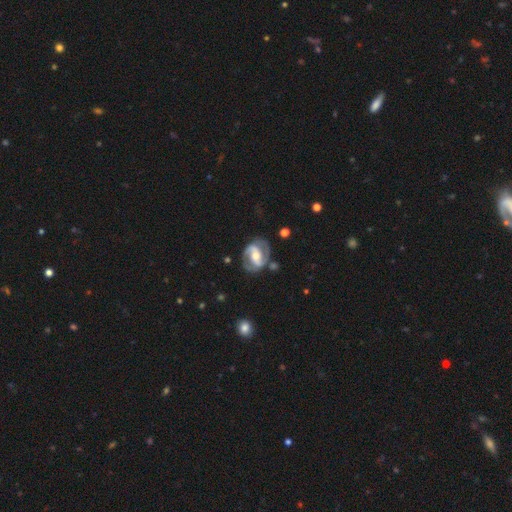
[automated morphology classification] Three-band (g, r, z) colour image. It shows a featured or disk galaxy (84%) with a strong bar (51%), 2 (89%) medium (50%) spiral arms (89%) and a moderate central bulge (66%). Merging: none (74%).